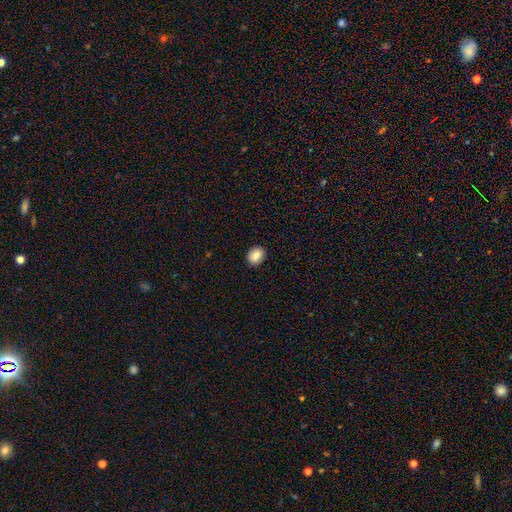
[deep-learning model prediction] Smooth or featured?
  - smooth: 86% *
  - star or artifact: 8%
  - featured or disk: 6%
How rounded?
  - in between: 51% *
  - round: 48%
  - cigar-shaped: 1%
Merging?
  - none: 91% *
  - minor disturbance: 7%
  - major disturbance: 2%
  - merger: 1%